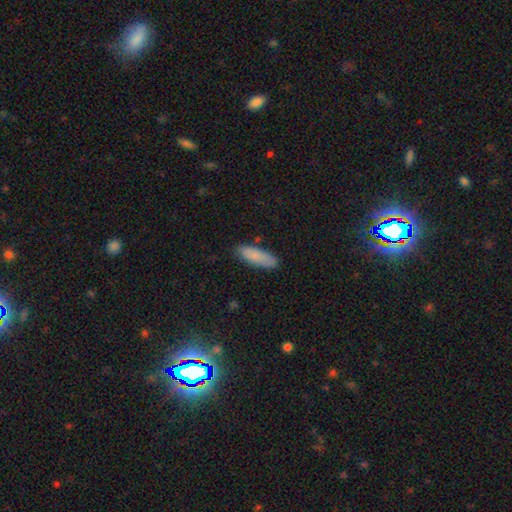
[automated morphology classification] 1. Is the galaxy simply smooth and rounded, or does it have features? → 85% smooth, 9% featured or disk, 6% star or artifact.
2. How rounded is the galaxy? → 54% in between, 44% cigar-shaped, 2% round.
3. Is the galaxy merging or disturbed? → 80% none, 15% minor disturbance, 3% major disturbance, 2% merger.